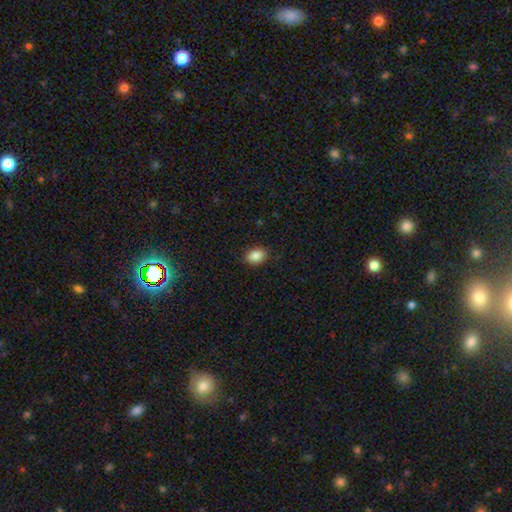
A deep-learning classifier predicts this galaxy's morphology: This is clearly a smooth galaxy (88%). How rounded: likely in between (77%). Merging: clearly none (88%).